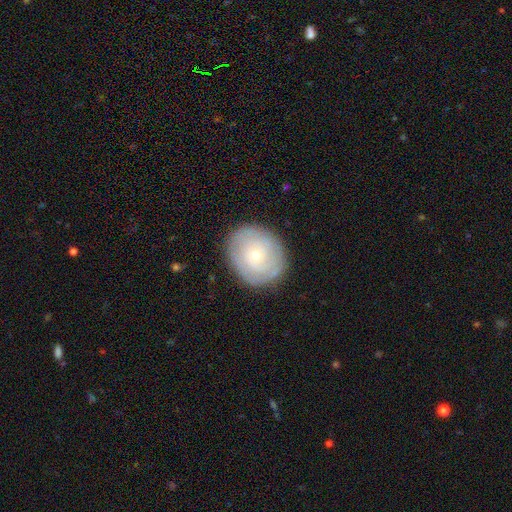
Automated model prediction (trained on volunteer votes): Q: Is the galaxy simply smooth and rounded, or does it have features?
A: featured or disk — 54%.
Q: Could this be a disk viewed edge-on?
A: no — 96%.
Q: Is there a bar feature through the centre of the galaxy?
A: no — 86%.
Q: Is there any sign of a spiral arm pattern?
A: yes — 67%.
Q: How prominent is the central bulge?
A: small — 69%.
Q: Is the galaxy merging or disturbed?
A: none — 83%.